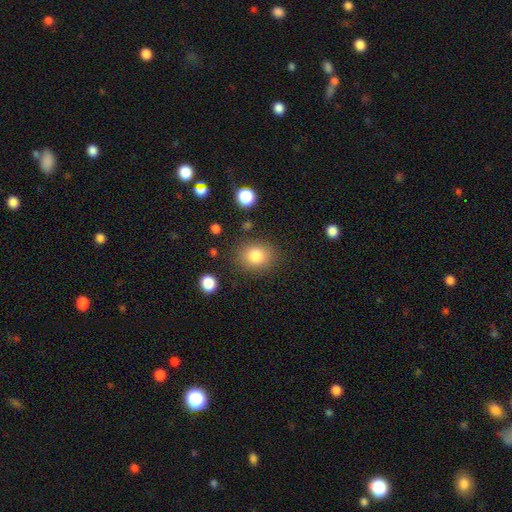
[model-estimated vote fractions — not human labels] smooth_or_featured: smooth (p=0.82) [alt: star or artifact p=0.10]
how_rounded: round (p=0.61) [alt: in between p=0.38]
merging: none (p=0.82) [alt: minor disturbance p=0.11]